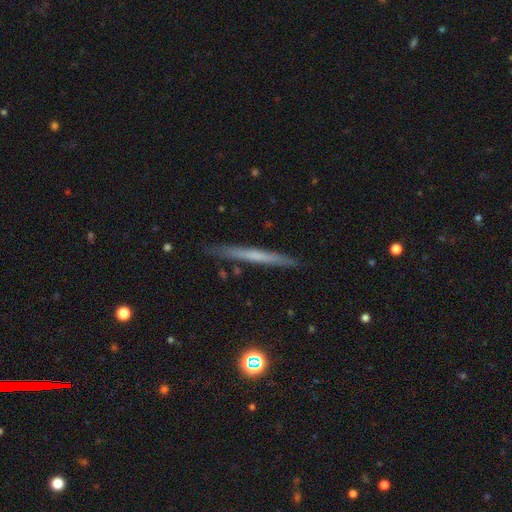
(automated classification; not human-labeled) The model was most divided on "smooth or featured": smooth: 49%, featured or disk: 44%, star or artifact: 6%. More confident: merging — none (88%).